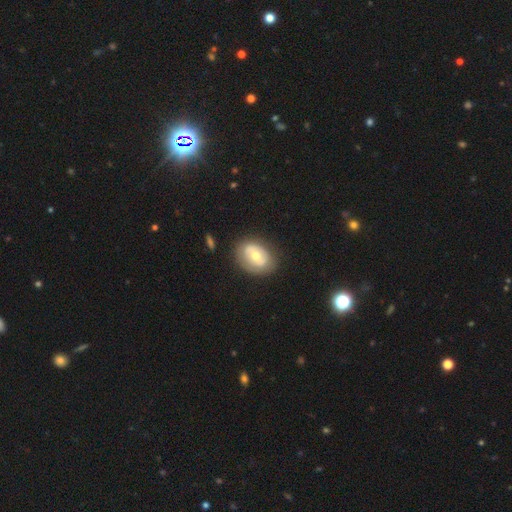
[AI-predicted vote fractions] A featured or disk galaxy (52%). Merging: none (78%).